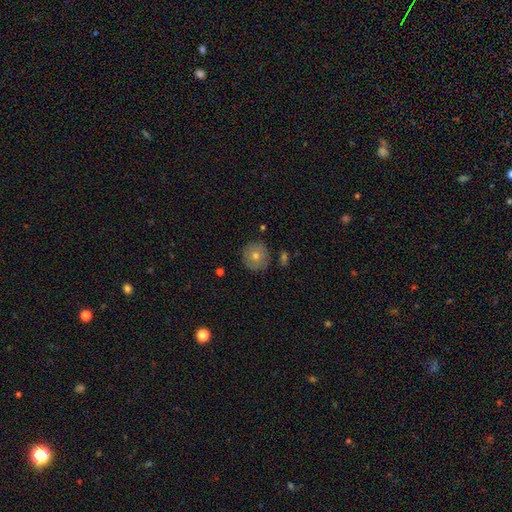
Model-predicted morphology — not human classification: A smooth galaxy with no disk features (65%) that is round (94%).

Vote fractions:
- Smooth or featured? smooth: 65% / featured or disk: 24% / star or artifact: 11%
- How rounded? round: 94% / in between: 5% / cigar-shaped: 1%
- Merging? none: 87% / minor disturbance: 9% / merger: 2% / major disturbance: 2%